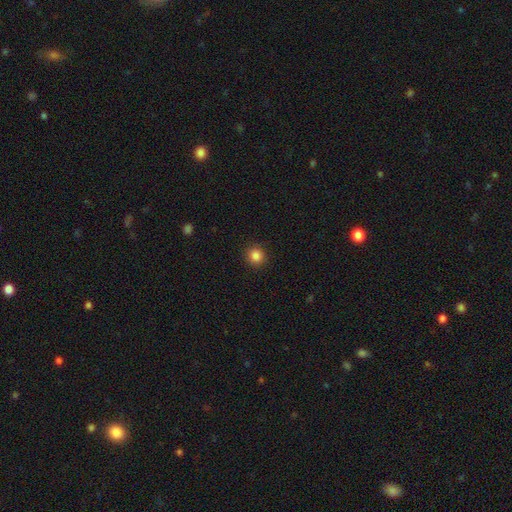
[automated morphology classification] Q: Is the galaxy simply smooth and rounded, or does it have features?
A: smooth — 86%.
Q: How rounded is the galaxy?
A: round — 91%.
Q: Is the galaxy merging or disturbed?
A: none — 91%.